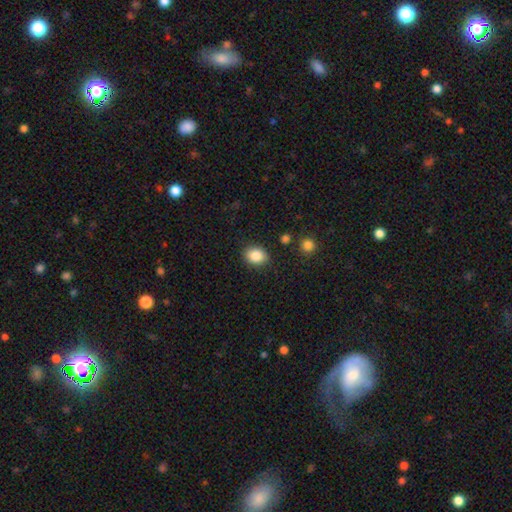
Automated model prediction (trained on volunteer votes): smooth-or-featured: smooth: 86% | star or artifact: 9% | featured or disk: 5%
  how-rounded: in between: 54% | round: 45% | cigar-shaped: 1%
  merging: none: 87% | minor disturbance: 9% | major disturbance: 3% | merger: 2%